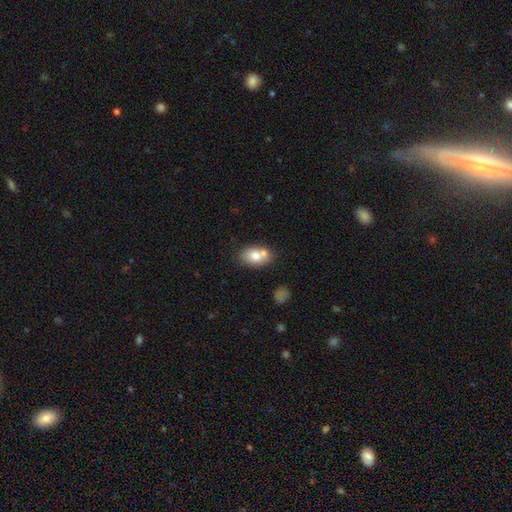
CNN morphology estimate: This is likely a smooth galaxy (72%). How rounded: clearly in between (83%). Merging: possibly none (52%).